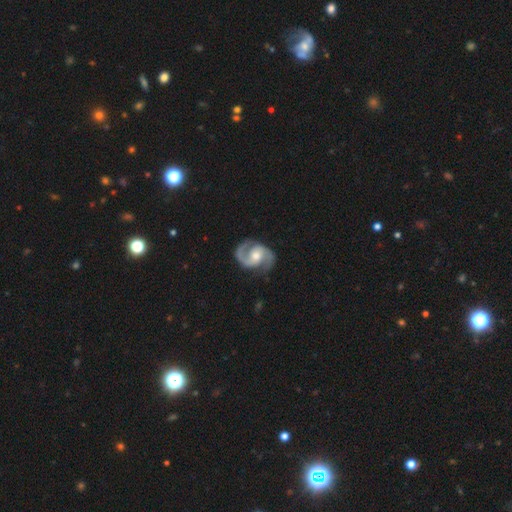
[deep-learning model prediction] Q: Smooth or featured?
A: featured or disk (92%); runner-up: smooth (4%)
Q: Edge-on disk?
A: no (98%); runner-up: yes (2%)
Q: Bar?
A: no (51%); runner-up: weak (38%)
Q: Spiral arms?
A: yes (98%); runner-up: no (2%)
Q: Spiral winding?
A: medium (61%); runner-up: tight (22%)
Q: Spiral arm count?
A: 2 (94%); runner-up: can't tell (2%)
Q: Bulge size?
A: moderate (70%); runner-up: small (19%)
Q: Merging?
A: none (82%); runner-up: minor disturbance (13%)